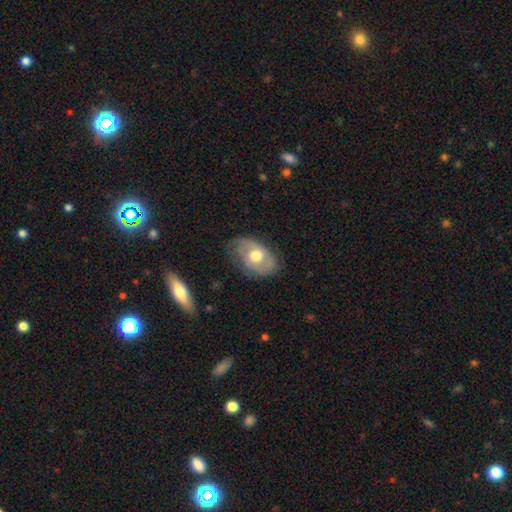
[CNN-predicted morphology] A featured or disk galaxy (55%) with no bar (72%), spiral arms (63%) and a moderate central bulge (67%).

Vote fractions:
- Smooth or featured? featured or disk: 55% / smooth: 39% / star or artifact: 6%
- Edge-on disk? no: 93% / yes: 7%
- Bar? no: 72% / weak: 23% / strong: 5%
- Spiral arms? yes: 63% / no: 37%
- Bulge size? moderate: 67% / large: 25% / small: 6% / dominant: 1% / none: 1%
- Merging? none: 61% / minor disturbance: 27% / major disturbance: 11% / merger: 1%